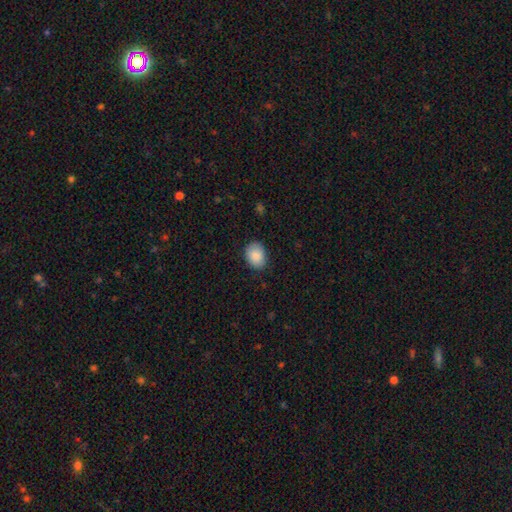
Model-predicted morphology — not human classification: This is clearly a smooth galaxy (88%). How rounded: likely in between (64%). Merging: clearly none (81%).